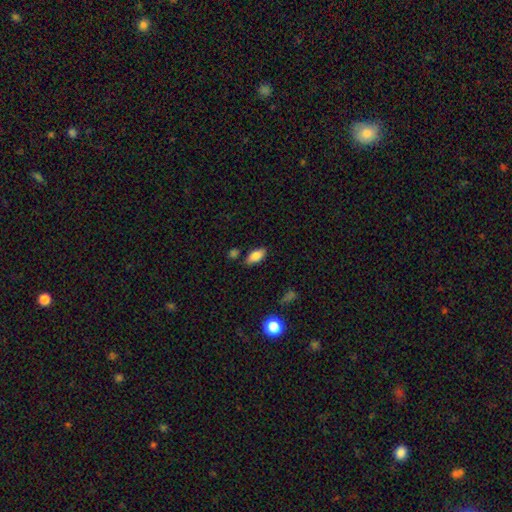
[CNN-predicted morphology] The model was most divided on "merging": none: 79%, minor disturbance: 14%, merger: 4%, major disturbance: 3%. More confident: how rounded — in between (88%); smooth or featured — smooth (84%).